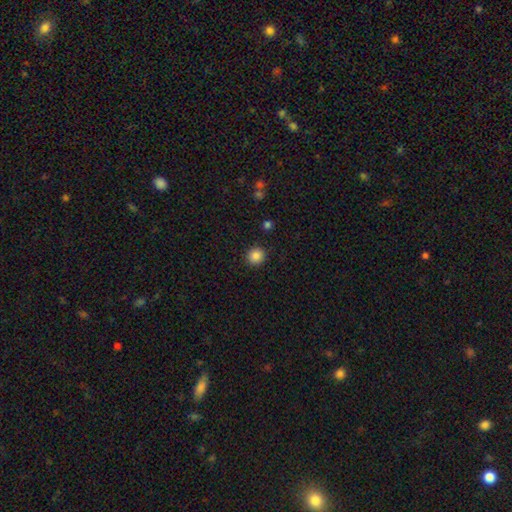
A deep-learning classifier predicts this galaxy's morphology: smooth 86%, star or artifact 10%, featured or disk 4%. Down the decision tree: how rounded — round (93%); merging — none (91%).